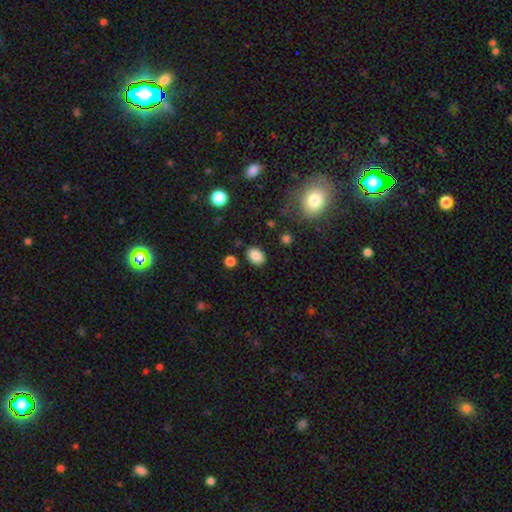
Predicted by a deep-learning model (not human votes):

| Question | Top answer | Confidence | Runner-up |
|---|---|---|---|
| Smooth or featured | smooth | 86% | star or artifact (9%) |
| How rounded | in between | 72% | round (27%) |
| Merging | none | 84% | minor disturbance (11%) |